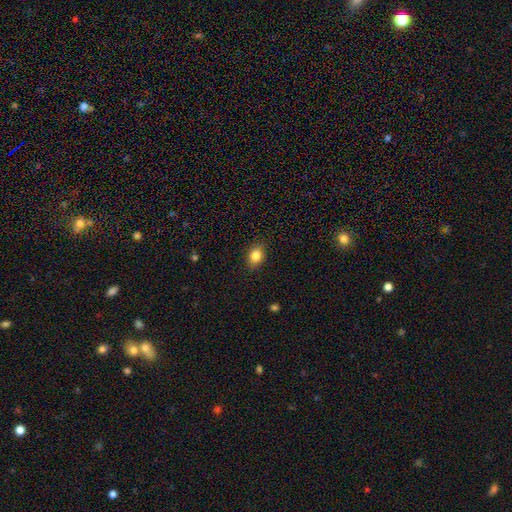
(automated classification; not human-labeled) Smooth or featured? smooth (84%)
How rounded? in between (71%)
Merging? none (87%)